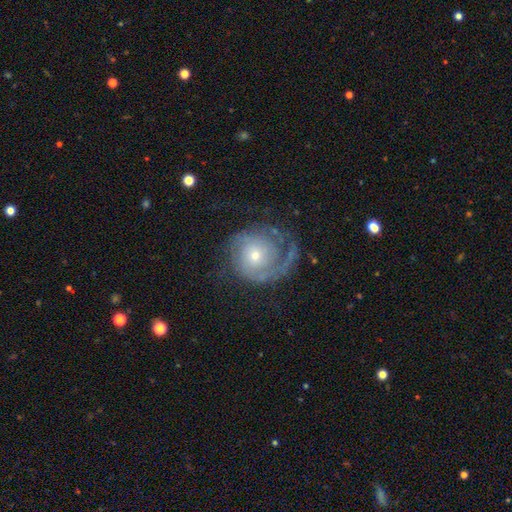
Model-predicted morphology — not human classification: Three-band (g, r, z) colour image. It shows a featured or disk galaxy (78%) with no bar (79%), 2 (35%) tight (53%) spiral arms (91%) and a small central bulge (63%). Merging: none (58%).